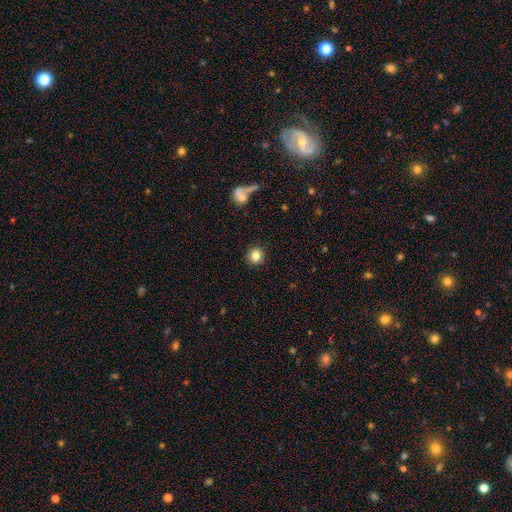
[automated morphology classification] Smooth or featured? smooth (83%)
How rounded? round (90%)
Merging? none (89%)